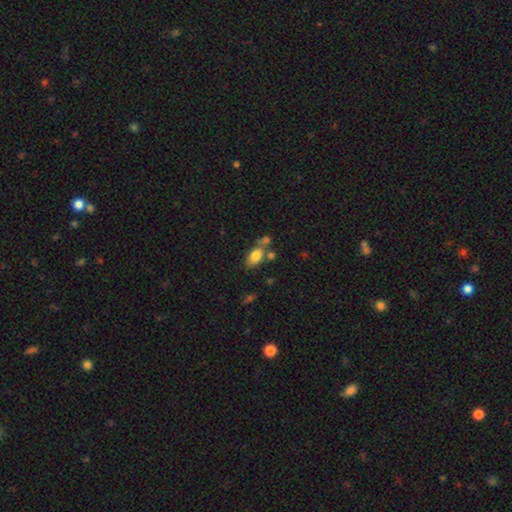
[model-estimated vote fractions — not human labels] smooth 78%, featured or disk 13%, star or artifact 9%. Down the decision tree: how rounded — in between (86%); merging — none (47%).